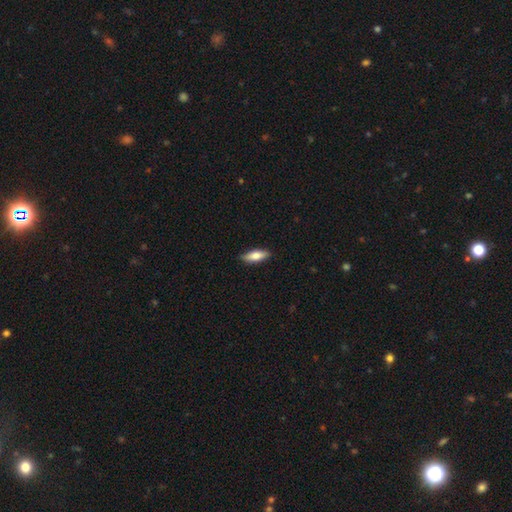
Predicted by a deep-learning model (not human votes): Q: Smooth or featured?
A: smooth (74%); runner-up: featured or disk (20%)
Q: How rounded?
A: in between (60%); runner-up: cigar-shaped (38%)
Q: Merging?
A: none (87%); runner-up: minor disturbance (10%)